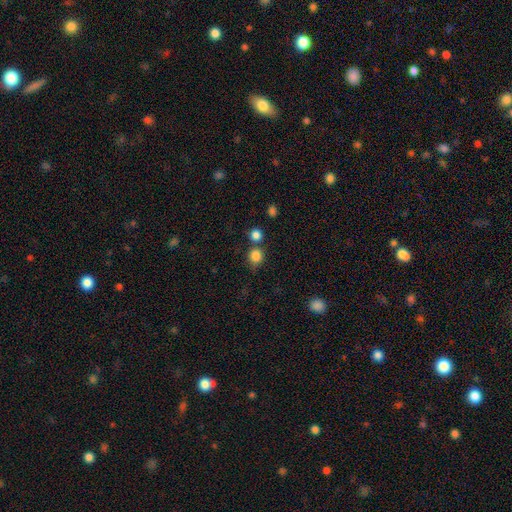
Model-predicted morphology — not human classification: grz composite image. It shows a smooth galaxy with no disk features (84%) that is round (85%). Merging: none (64%).